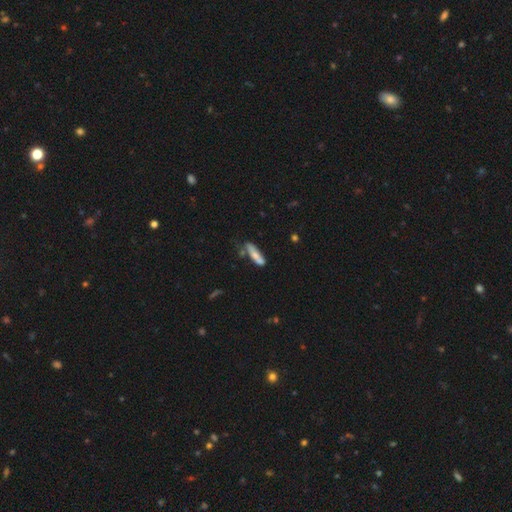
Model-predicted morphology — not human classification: smooth 65%, featured or disk 29%, star or artifact 7%. Down the decision tree: how rounded — cigar-shaped (68%); merging — none (53%).